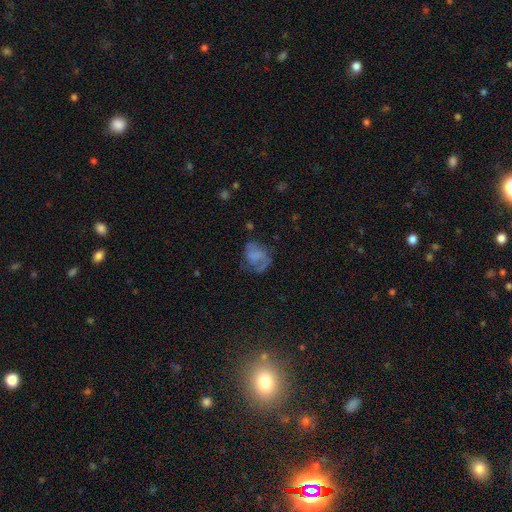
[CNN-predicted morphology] A featured or disk galaxy (47%).

Vote fractions:
- Smooth or featured? featured or disk: 47% / smooth: 42% / star or artifact: 11%
- Merging? none: 46% / major disturbance: 27% / minor disturbance: 25% / merger: 2%